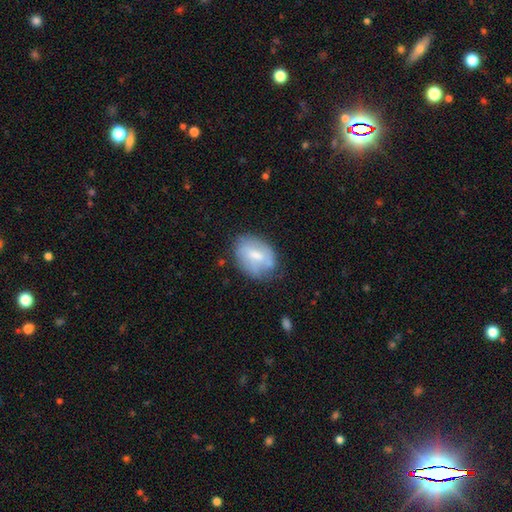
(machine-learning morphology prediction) smooth-or-featured: smooth: 52% | featured or disk: 41% | star or artifact: 7%
  how-rounded: in between: 74% | round: 25% | cigar-shaped: 2%
  merging: none: 61% | minor disturbance: 27% | major disturbance: 9% | merger: 3%